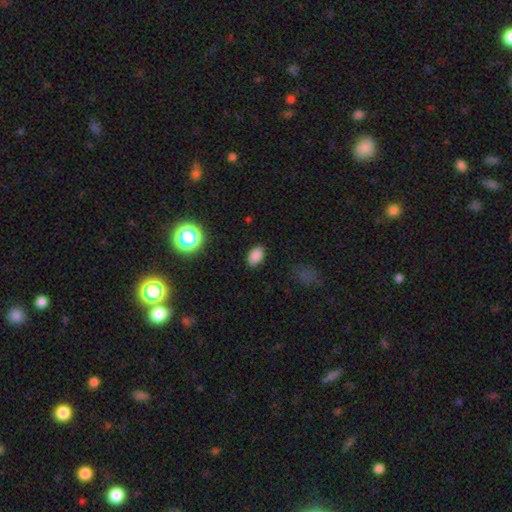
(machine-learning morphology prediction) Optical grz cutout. It shows a smooth galaxy with no disk features (84%) that is in between round and cigar-shaped (90%). Merging: none (87%).